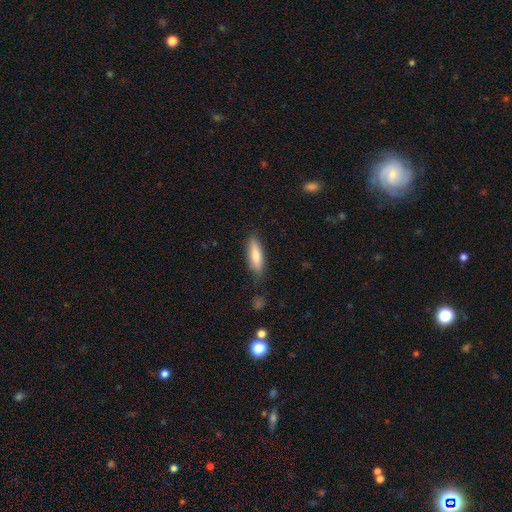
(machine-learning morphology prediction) Smooth or featured? smooth (77%)
How rounded? cigar-shaped (54%)
Merging? none (79%)